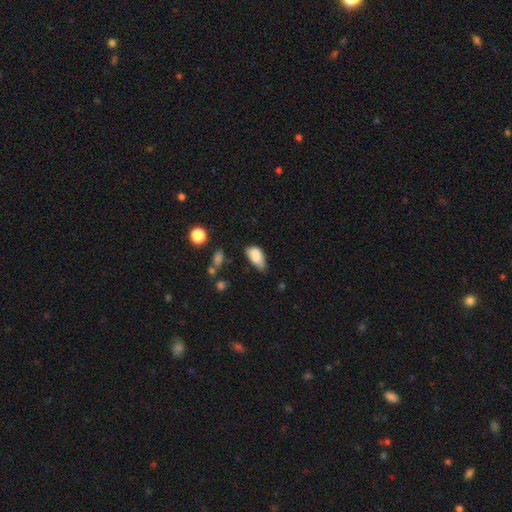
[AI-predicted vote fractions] Smooth or featured?
  - smooth: 83% *
  - featured or disk: 9%
  - star or artifact: 8%
How rounded?
  - in between: 91% *
  - round: 5%
  - cigar-shaped: 4%
Merging?
  - minor disturbance: 44% *
  - none: 40%
  - major disturbance: 12%
  - merger: 4%